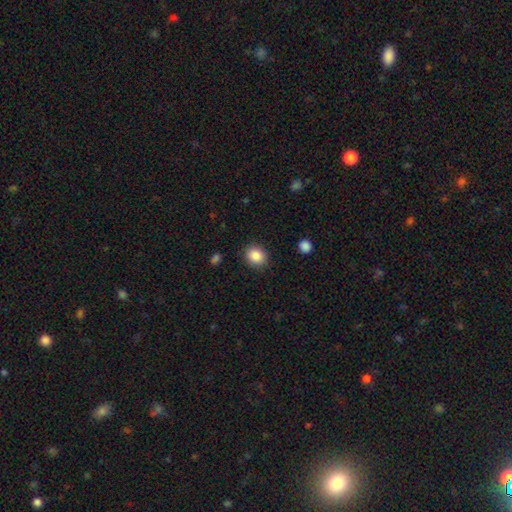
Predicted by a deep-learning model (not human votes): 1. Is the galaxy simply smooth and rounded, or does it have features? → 87% smooth, 9% star or artifact, 4% featured or disk.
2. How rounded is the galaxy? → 68% round, 31% in between, 1% cigar-shaped.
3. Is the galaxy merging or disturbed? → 89% none, 8% minor disturbance, 3% major disturbance, 1% merger.